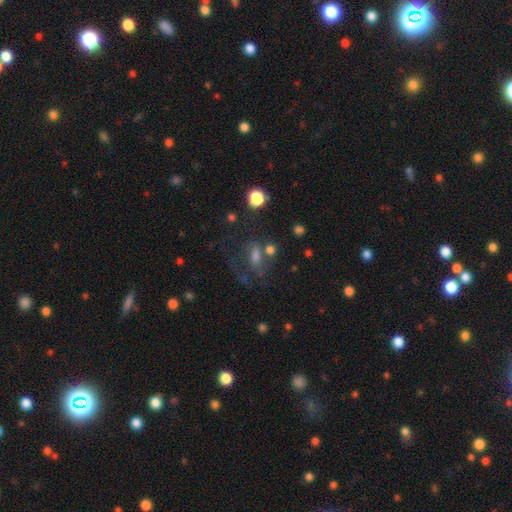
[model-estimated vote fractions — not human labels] Smooth or featured: smooth — 46% (featured or disk — 29%)
Merging: none — 47% (major disturbance — 23%)